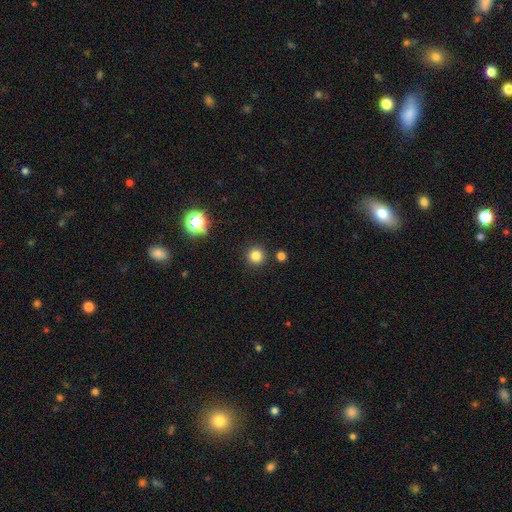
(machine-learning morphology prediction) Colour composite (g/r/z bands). It shows a smooth galaxy with no disk features (80%) that is round (95%). Merging: none (90%).